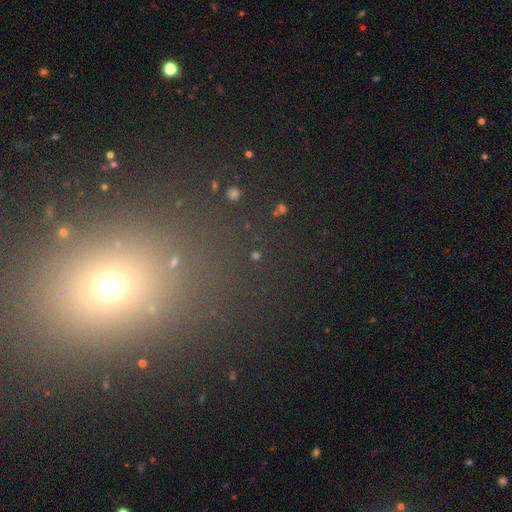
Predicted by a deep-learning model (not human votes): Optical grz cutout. It shows a star or artifact, not a galaxy (55%).